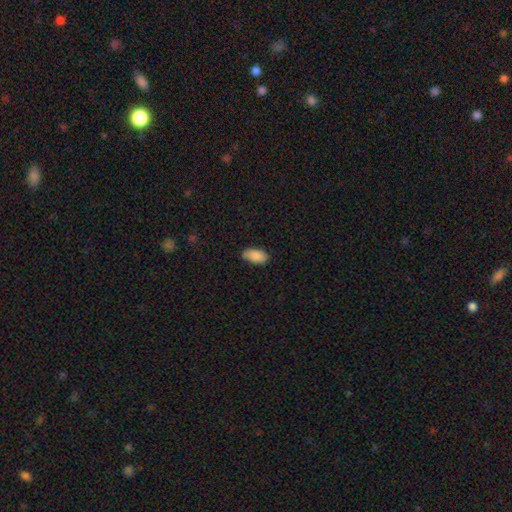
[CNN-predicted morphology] Smooth or featured: smooth — 89% (star or artifact — 7%)
How rounded: in between — 94% (cigar-shaped — 3%)
Merging: none — 81% (minor disturbance — 15%)